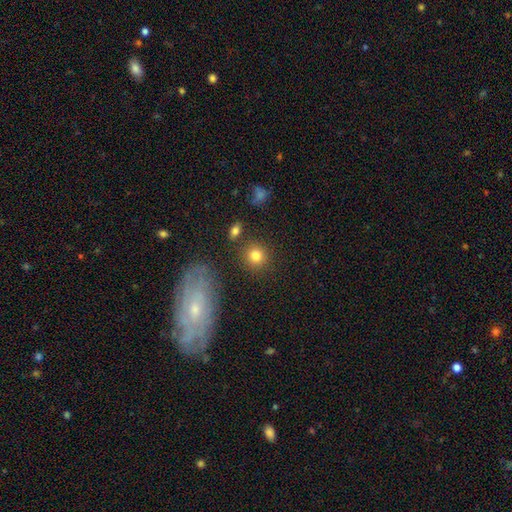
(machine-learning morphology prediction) The model was most divided on "smooth or featured": smooth: 82%, star or artifact: 10%, featured or disk: 7%. More confident: how rounded — round (89%); merging — none (84%).